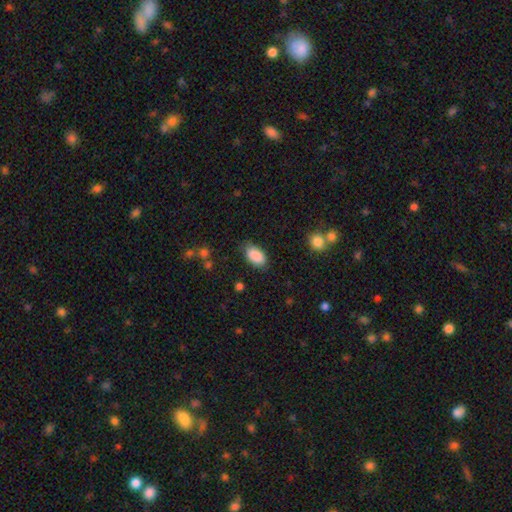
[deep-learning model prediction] smooth 89%, star or artifact 7%, featured or disk 4%. Down the decision tree: how rounded — in between (93%); merging — none (77%).